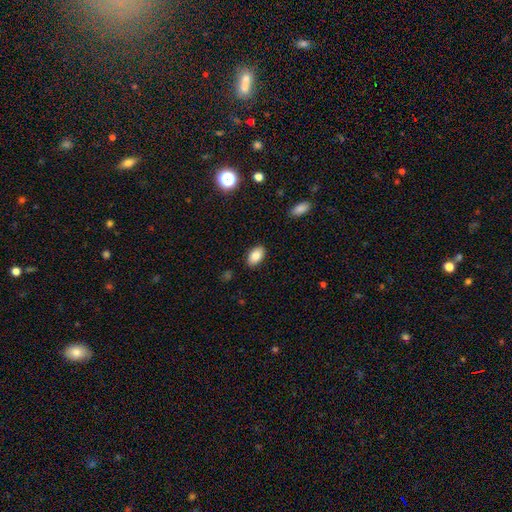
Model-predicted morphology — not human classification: Smooth or featured? Predicted: smooth (p=0.84). How rounded? Predicted: in between (p=0.92). Merging? Predicted: none (p=0.88).